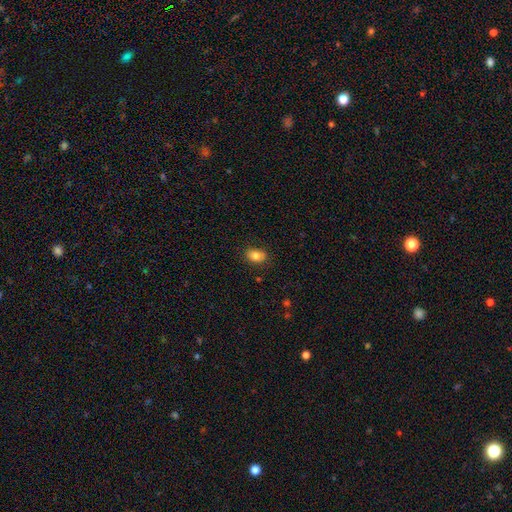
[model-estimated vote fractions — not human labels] smooth_or_featured: smooth (p=0.83) [alt: star or artifact p=0.09]
how_rounded: in between (p=0.81) [alt: round p=0.18]
merging: none (p=0.84) [alt: minor disturbance p=0.12]